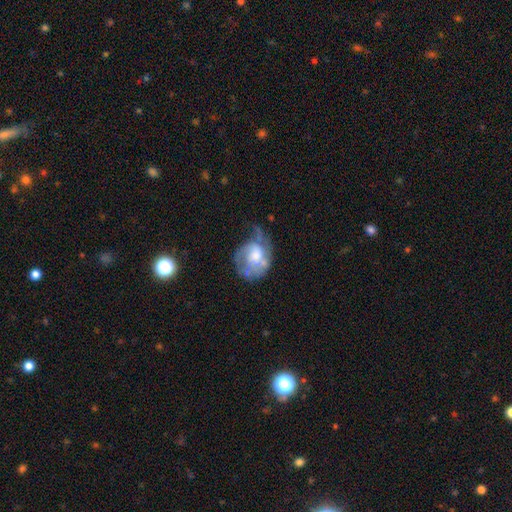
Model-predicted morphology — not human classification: This appears to be a featured or disk galaxy (57%) with no bar (75%), spiral arms (63%) and a moderate central bulge (43%). Merging: major disturbance (39%).